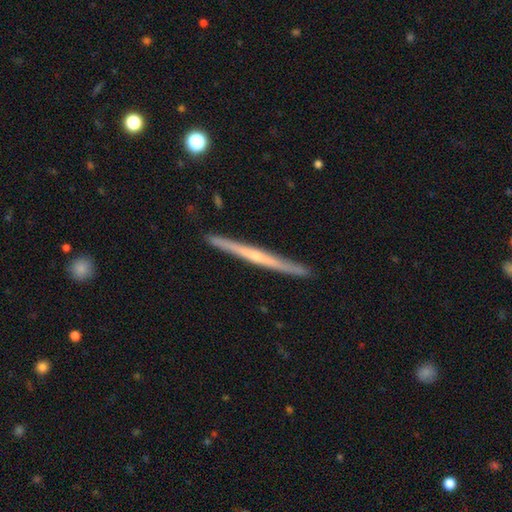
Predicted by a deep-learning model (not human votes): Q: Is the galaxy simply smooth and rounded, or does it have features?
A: featured or disk — 70%.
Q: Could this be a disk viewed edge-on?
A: yes — 98%.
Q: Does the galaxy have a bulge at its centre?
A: none — 49%.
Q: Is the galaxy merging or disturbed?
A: none — 92%.